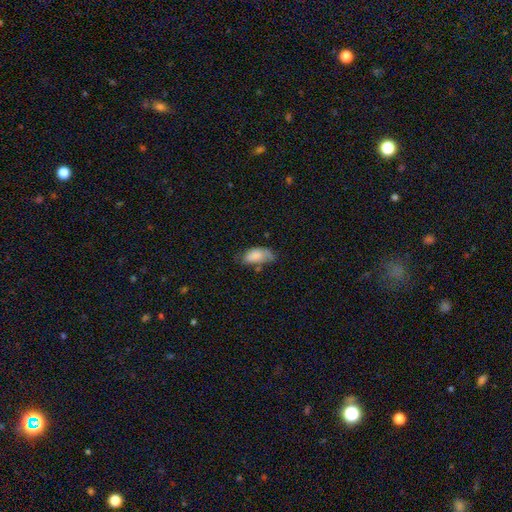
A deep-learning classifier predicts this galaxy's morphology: Smooth or featured: smooth — 80% (featured or disk — 12%)
How rounded: in between — 92% (cigar-shaped — 4%)
Merging: none — 40% (minor disturbance — 38%)